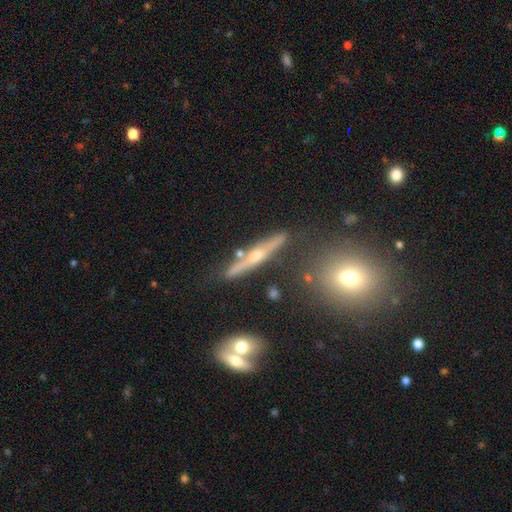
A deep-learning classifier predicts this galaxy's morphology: Smooth or featured?
  - featured or disk: 77% *
  - smooth: 15%
  - star or artifact: 8%
Edge-on disk?
  - yes: 95% *
  - no: 5%
Edge-on bulge?
  - rounded: 91% *
  - none: 6%
  - boxy: 4%
Merging?
  - none: 79% *
  - minor disturbance: 12%
  - merger: 6%
  - major disturbance: 3%